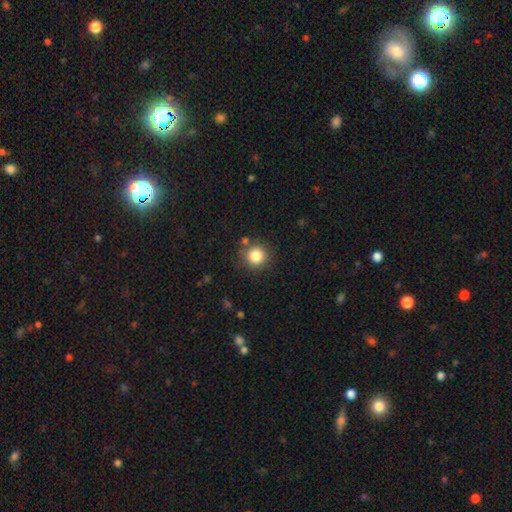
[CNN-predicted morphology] Overall: smooth (82%). How rounded: round (94%). Merging: none (84%).